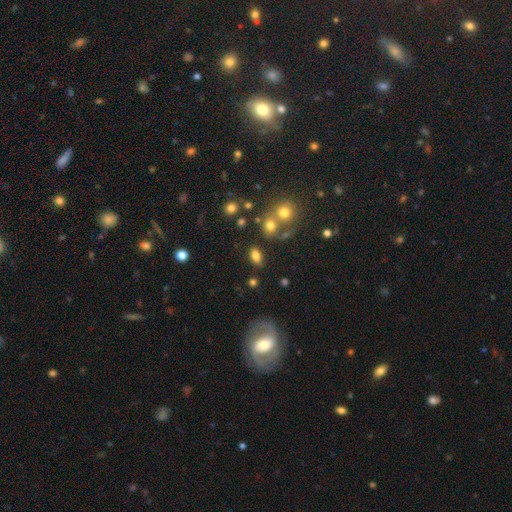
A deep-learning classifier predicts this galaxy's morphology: A smooth galaxy with no disk features (79%) that is in between round and cigar-shaped (88%). Merging: none (76%).